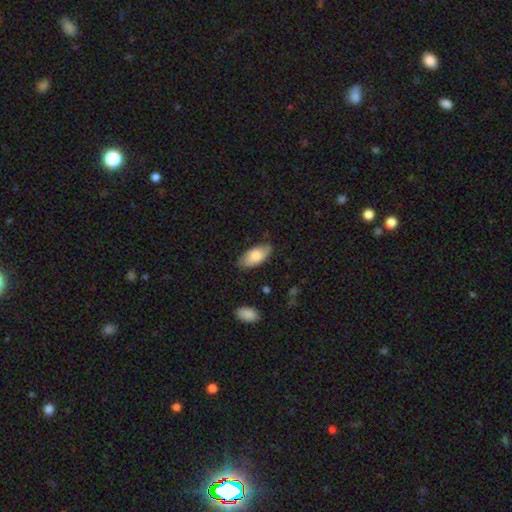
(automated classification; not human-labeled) Smooth or featured?
  - smooth: 79% *
  - featured or disk: 15%
  - star or artifact: 6%
How rounded?
  - in between: 93% *
  - cigar-shaped: 5%
  - round: 2%
Merging?
  - none: 77% *
  - minor disturbance: 18%
  - major disturbance: 3%
  - merger: 1%